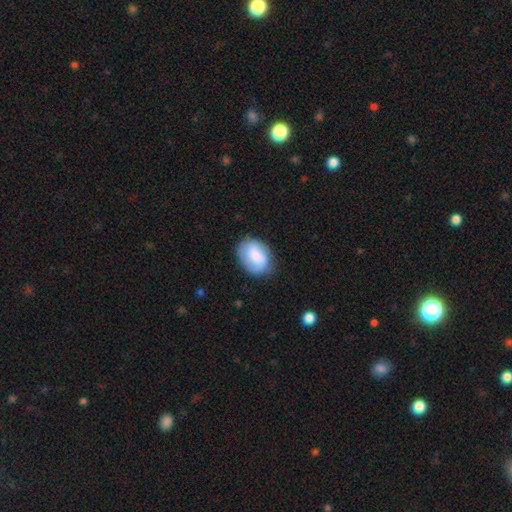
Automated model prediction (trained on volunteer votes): A smooth galaxy with no disk features (71%) that is in between round and cigar-shaped (71%).

Vote fractions:
- Smooth or featured? smooth: 71% / featured or disk: 22% / star or artifact: 7%
- How rounded? in between: 71% / round: 28% / cigar-shaped: 1%
- Merging? none: 66% / minor disturbance: 24% / major disturbance: 8% / merger: 2%